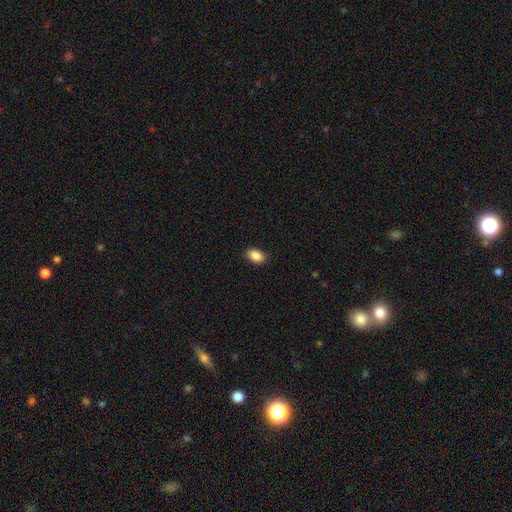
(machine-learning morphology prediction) This is clearly a smooth galaxy (89%). How rounded: clearly in between (91%). Merging: clearly none (88%).